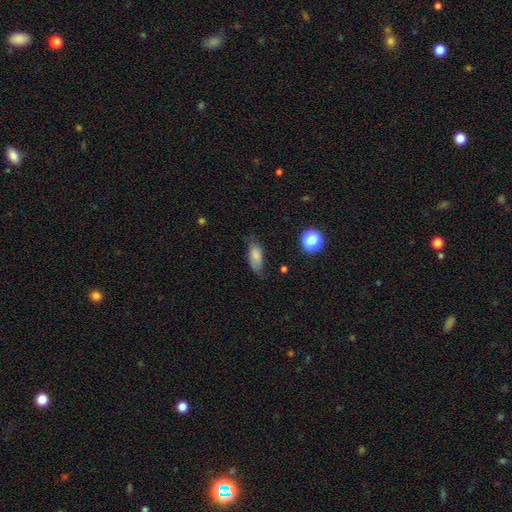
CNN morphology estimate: smooth 75%, featured or disk 16%, star or artifact 9%. Down the decision tree: how rounded — in between (83%); merging — none (59%).